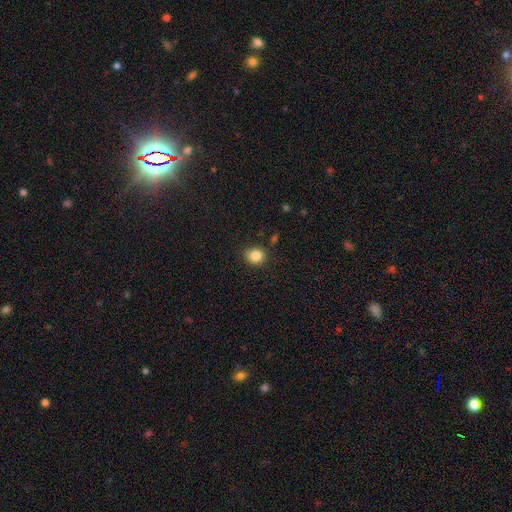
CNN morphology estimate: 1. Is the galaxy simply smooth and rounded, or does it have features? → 84% smooth, 10% star or artifact, 5% featured or disk.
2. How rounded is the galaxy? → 80% round, 19% in between, 1% cigar-shaped.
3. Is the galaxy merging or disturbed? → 85% none, 11% minor disturbance, 3% major disturbance, 2% merger.